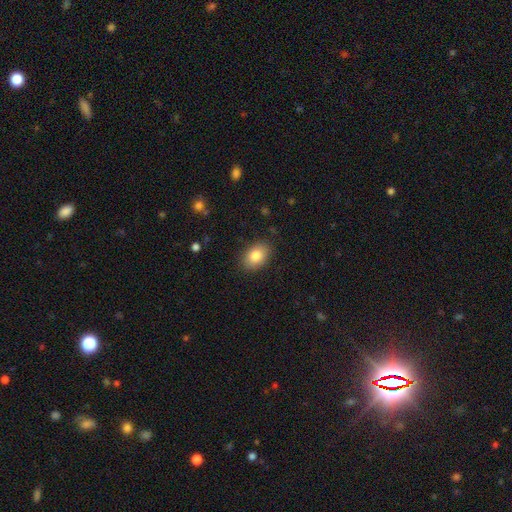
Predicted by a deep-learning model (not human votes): The model was most divided on "how rounded": in between: 83%, round: 16%, cigar-shaped: 1%. More confident: merging — none (87%); smooth or featured — smooth (84%).